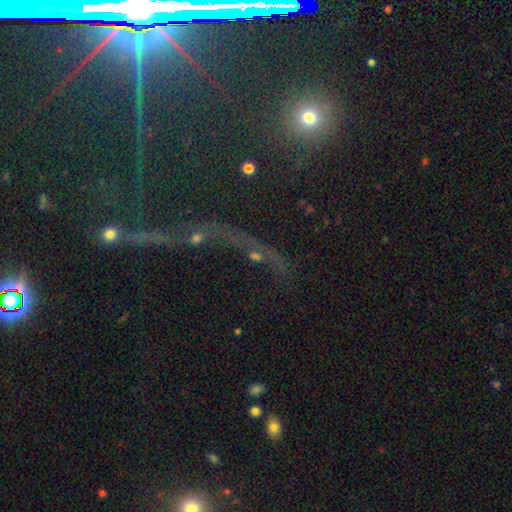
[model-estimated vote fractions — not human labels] A star or artifact, not a galaxy (45%).